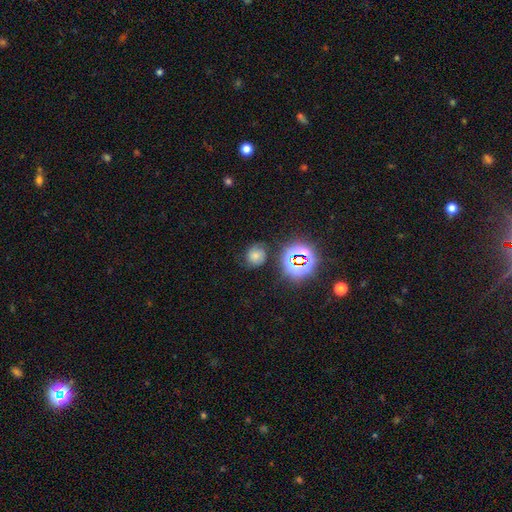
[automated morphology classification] Smooth or featured? Predicted: smooth (p=0.55). How rounded? Predicted: round (p=0.76). Merging? Predicted: none (p=0.69).